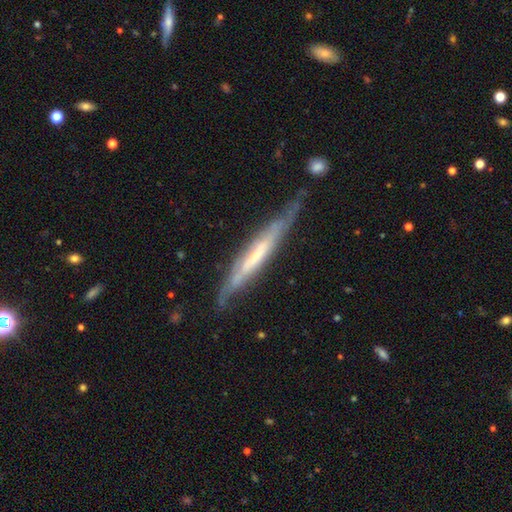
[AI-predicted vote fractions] smooth_or_featured: featured or disk (p=0.72) [alt: smooth p=0.22]
disk_edge_on: yes (p=0.80) [alt: no p=0.20]
edge_on_bulge: none (p=0.63) [alt: rounded p=0.23]
merging: none (p=0.69) [alt: minor disturbance p=0.22]